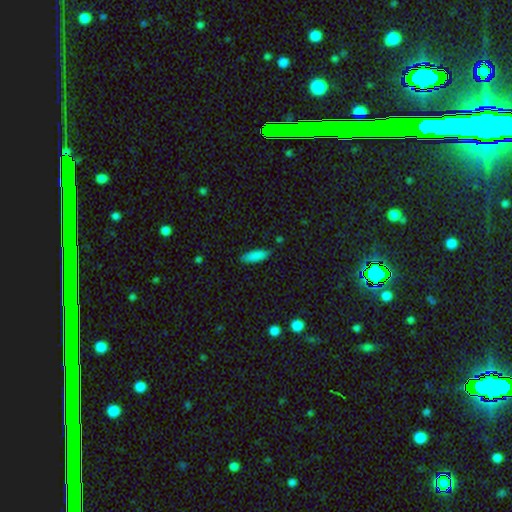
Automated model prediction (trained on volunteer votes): Smooth or featured?
  - smooth: 86% *
  - star or artifact: 7%
  - featured or disk: 7%
How rounded?
  - in between: 49% * (tied)
  - cigar-shaped: 49% * (tied)
  - round: 2%
Merging?
  - none: 81% *
  - minor disturbance: 15%
  - major disturbance: 2%
  - merger: 2%